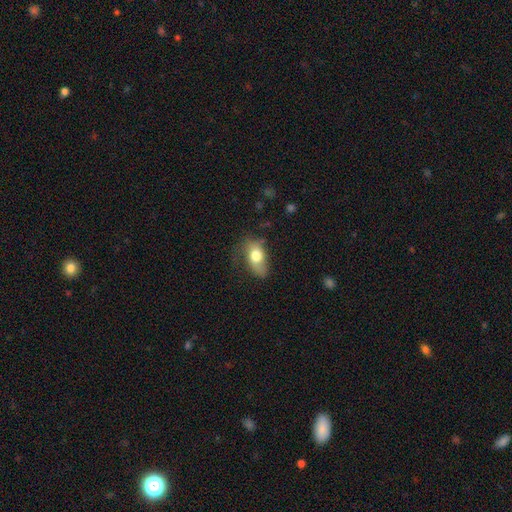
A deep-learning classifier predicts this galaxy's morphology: Overall: smooth (69%). How rounded: in between (86%). Merging: none (44%; minor disturbance 33%).